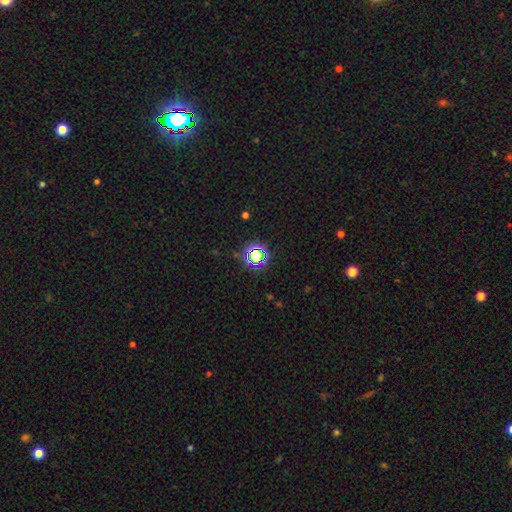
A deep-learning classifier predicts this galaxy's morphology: type=star or artifact (67%).